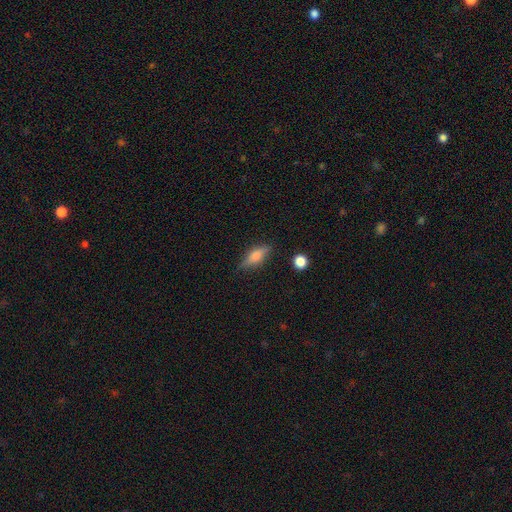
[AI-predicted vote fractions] Smooth or featured? Predicted: smooth (p=0.56). How rounded? Predicted: in between (p=0.58). Merging? Predicted: none (p=0.80).